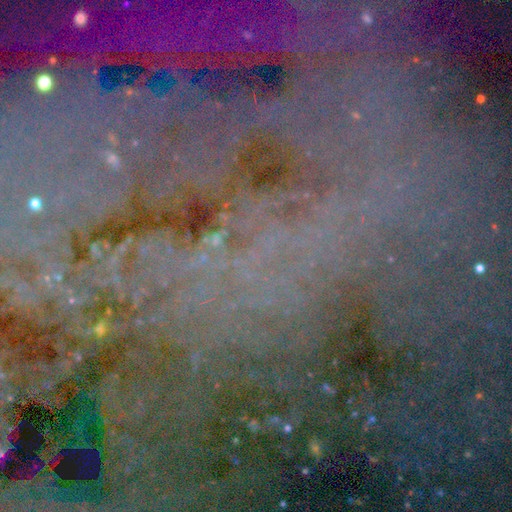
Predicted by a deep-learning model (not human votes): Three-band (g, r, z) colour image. It shows a star or artifact, not a galaxy (83%).